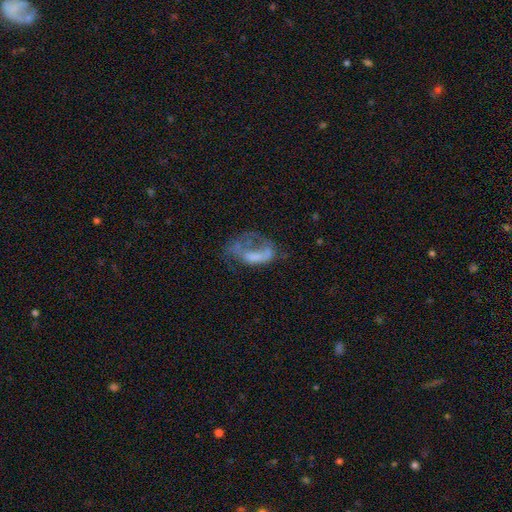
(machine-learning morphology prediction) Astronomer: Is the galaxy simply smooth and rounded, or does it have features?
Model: featured or disk — 54% (runner-up: smooth, 34%).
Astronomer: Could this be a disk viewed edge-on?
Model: no — 96%.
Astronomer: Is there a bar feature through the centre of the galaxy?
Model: no — 78%.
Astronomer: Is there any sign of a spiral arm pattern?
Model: no — 76%.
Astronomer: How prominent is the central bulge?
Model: none — 54%.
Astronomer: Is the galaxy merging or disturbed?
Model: major disturbance — 51%.